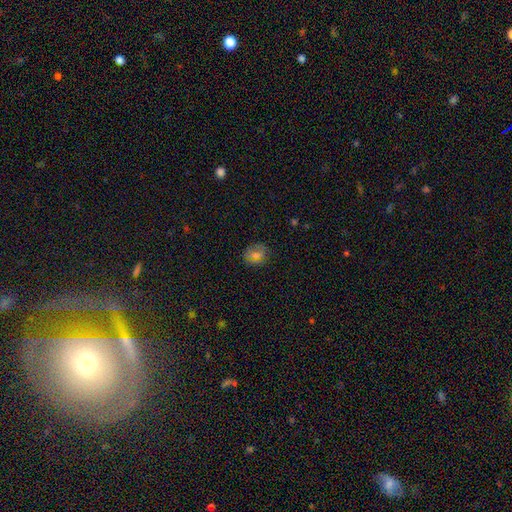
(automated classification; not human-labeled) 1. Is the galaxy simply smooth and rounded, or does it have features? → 63% smooth, 19% star or artifact, 18% featured or disk.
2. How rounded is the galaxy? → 63% round, 35% in between, 2% cigar-shaped.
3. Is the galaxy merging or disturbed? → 83% none, 12% minor disturbance, 4% major disturbance, 1% merger.